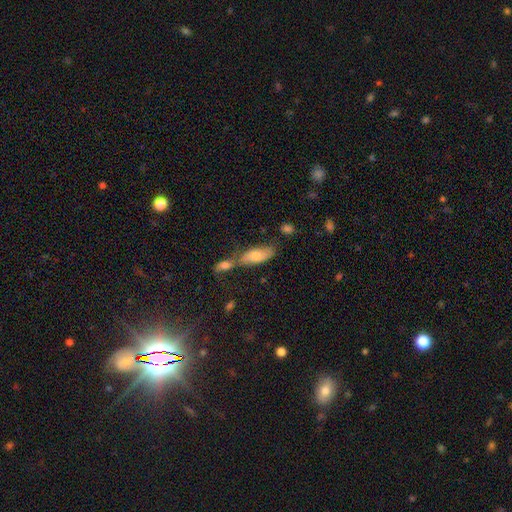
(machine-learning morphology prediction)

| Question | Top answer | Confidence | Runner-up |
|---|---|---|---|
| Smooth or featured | smooth | 65% | featured or disk (26%) |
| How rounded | in between | 77% | cigar-shaped (20%) |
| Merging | merger | 45% | none (33%) |